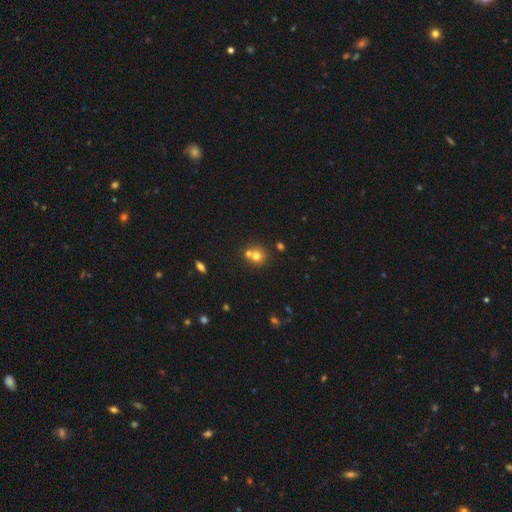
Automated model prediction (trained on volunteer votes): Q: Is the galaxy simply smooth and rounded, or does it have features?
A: smooth — 70%.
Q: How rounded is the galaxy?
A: round — 85%.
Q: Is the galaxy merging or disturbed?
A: none — 47%.